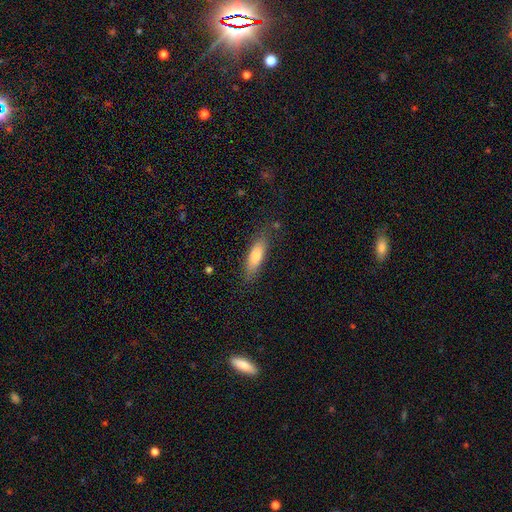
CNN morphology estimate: smooth 73%, featured or disk 21%, star or artifact 6%. Down the decision tree: how rounded — in between (49%, tied with cigar-shaped); merging — none (78%).